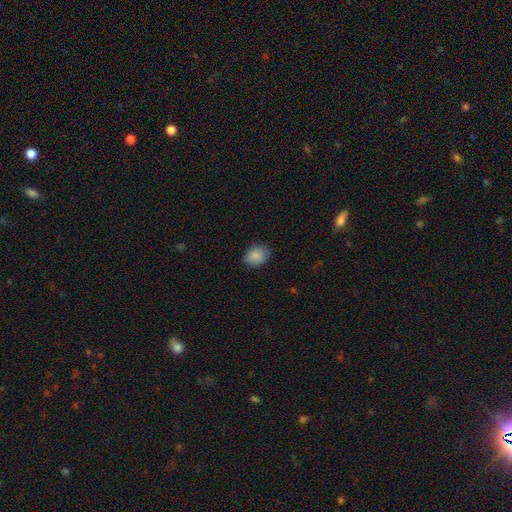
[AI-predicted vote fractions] A smooth galaxy with no disk features (85%) that is in between round and cigar-shaped (54%).

Vote fractions:
- Smooth or featured? smooth: 85% / star or artifact: 8% / featured or disk: 7%
- How rounded? in between: 54% / round: 46% / cigar-shaped: 1%
- Merging? none: 80% / minor disturbance: 16% / major disturbance: 3% / merger: 1%